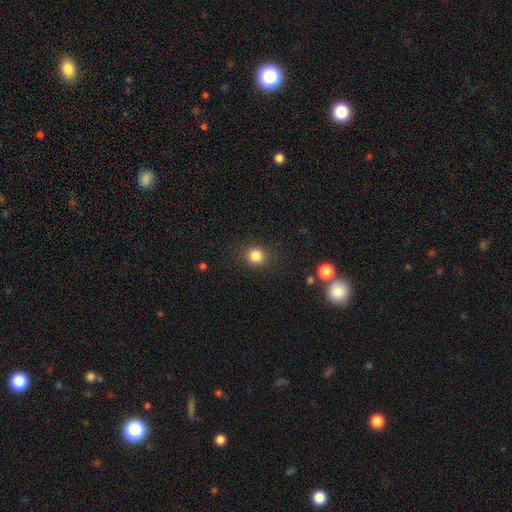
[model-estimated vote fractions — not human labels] smooth 83%, star or artifact 12%, featured or disk 5%. Down the decision tree: how rounded — round (83%); merging — none (88%).